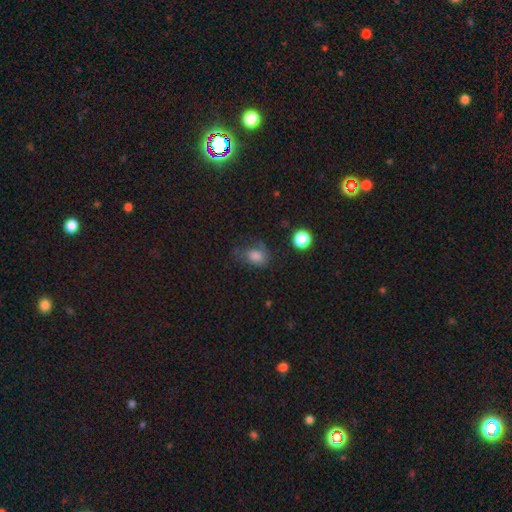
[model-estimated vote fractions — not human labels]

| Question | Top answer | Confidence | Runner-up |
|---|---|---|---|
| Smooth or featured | smooth | 72% | featured or disk (14%) |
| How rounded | in between | 66% | round (32%) |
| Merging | none | 44% | minor disturbance (28%) |